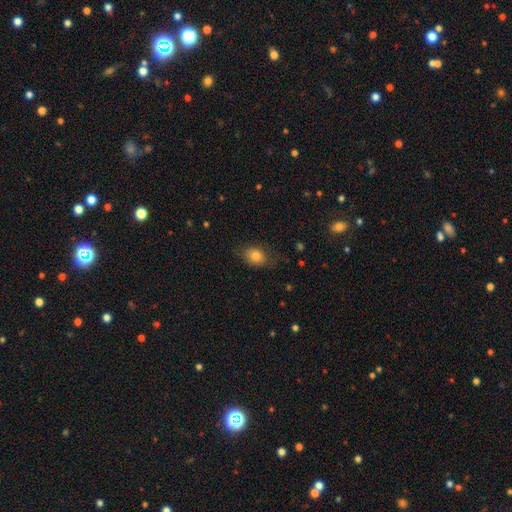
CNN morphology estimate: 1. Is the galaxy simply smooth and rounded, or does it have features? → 80% smooth, 11% featured or disk, 9% star or artifact.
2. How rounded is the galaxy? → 68% in between, 31% round, 1% cigar-shaped.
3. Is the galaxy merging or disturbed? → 71% none, 22% minor disturbance, 6% major disturbance, 1% merger.